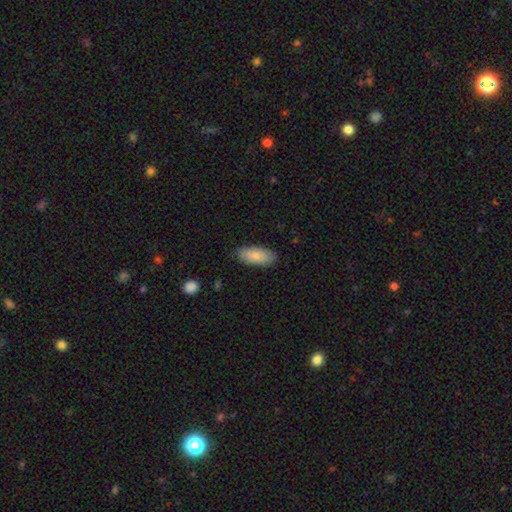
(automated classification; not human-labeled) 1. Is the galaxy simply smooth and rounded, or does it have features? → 83% smooth, 12% featured or disk, 5% star or artifact.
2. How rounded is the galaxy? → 88% in between, 10% cigar-shaped, 2% round.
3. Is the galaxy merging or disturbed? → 84% none, 12% minor disturbance, 2% major disturbance, 1% merger.